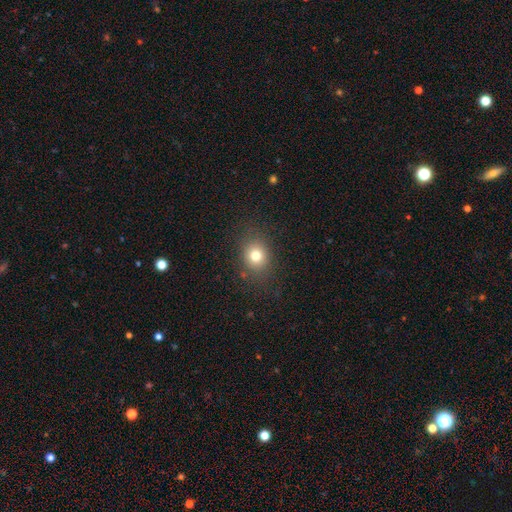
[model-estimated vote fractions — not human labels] A smooth galaxy with no disk features (77%) that is round (65%).

Vote fractions:
- Smooth or featured? smooth: 77% / star or artifact: 13% / featured or disk: 9%
- How rounded? round: 65% / in between: 34% / cigar-shaped: 1%
- Merging? none: 83% / minor disturbance: 11% / major disturbance: 5% / merger: 1%